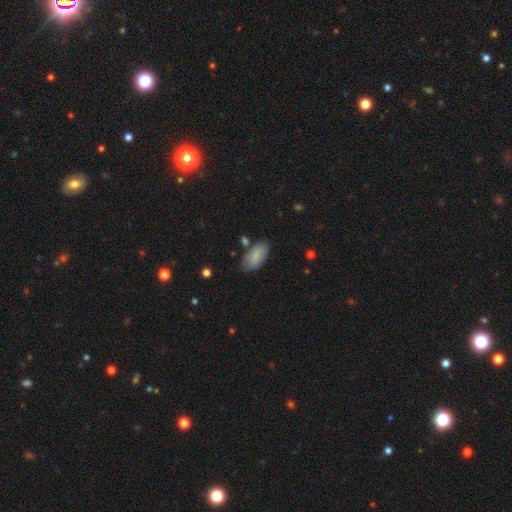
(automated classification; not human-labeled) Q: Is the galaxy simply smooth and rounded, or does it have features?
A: smooth — 77%.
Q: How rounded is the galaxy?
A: in between — 93%.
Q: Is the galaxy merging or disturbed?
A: none — 71%.